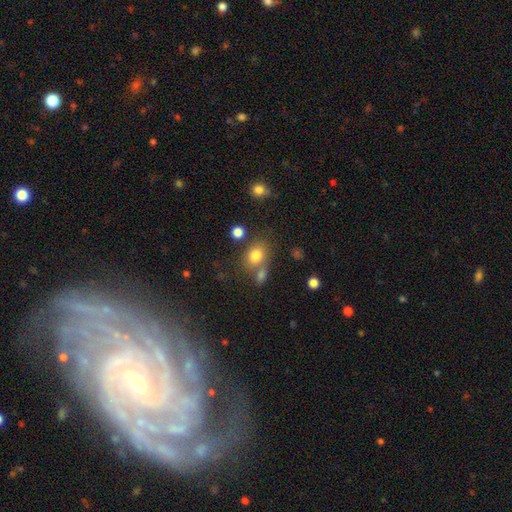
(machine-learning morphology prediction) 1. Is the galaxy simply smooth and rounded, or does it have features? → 79% smooth, 12% star or artifact, 9% featured or disk.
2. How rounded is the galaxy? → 55% in between, 44% round, 1% cigar-shaped.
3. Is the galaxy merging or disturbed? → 60% none, 22% merger, 13% minor disturbance, 5% major disturbance.